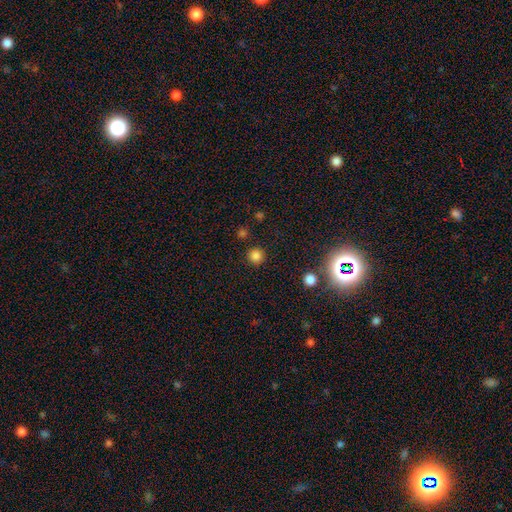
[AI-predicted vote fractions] Q: Smooth or featured?
A: smooth (82%); runner-up: star or artifact (14%)
Q: How rounded?
A: round (94%); runner-up: in between (5%)
Q: Merging?
A: none (90%); runner-up: minor disturbance (6%)